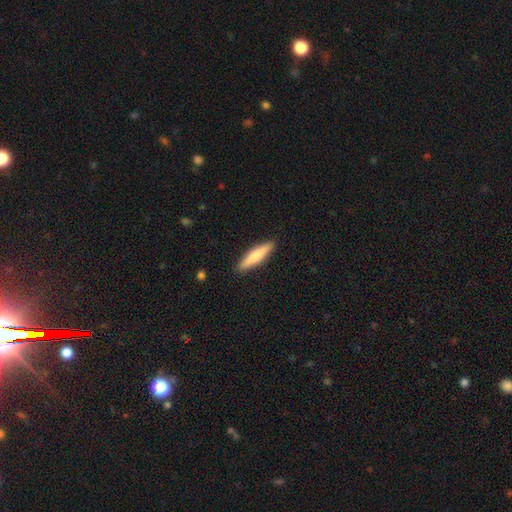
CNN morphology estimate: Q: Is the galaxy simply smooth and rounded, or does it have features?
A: smooth — 65%.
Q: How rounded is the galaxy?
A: cigar-shaped — 83%.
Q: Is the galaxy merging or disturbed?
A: none — 90%.